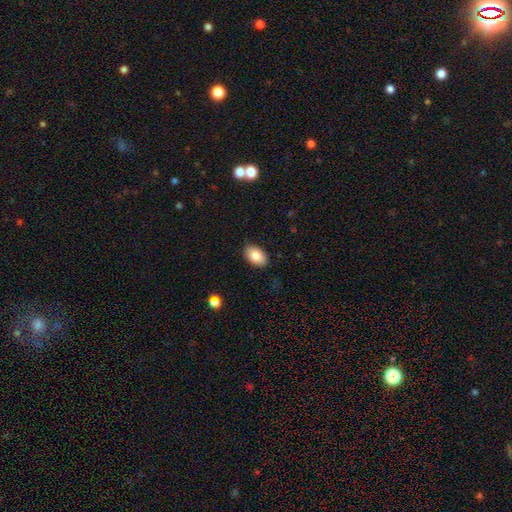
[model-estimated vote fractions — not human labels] The model was most divided on "merging": none: 85%, minor disturbance: 12%, major disturbance: 2%, merger: 1%. More confident: how rounded — in between (91%); smooth or featured — smooth (84%).